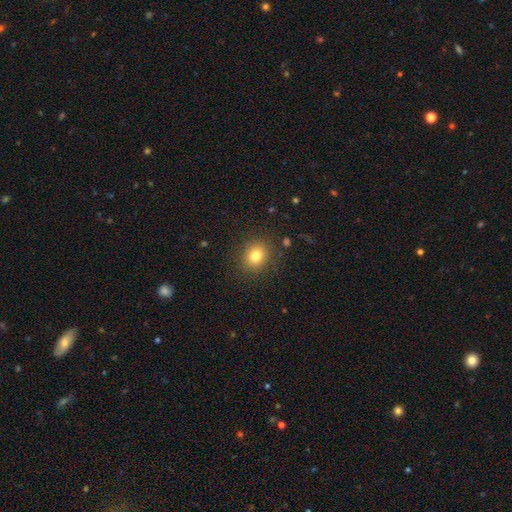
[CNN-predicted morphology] Smooth or featured: smooth — 80% (star or artifact — 12%)
How rounded: round — 75% (in between — 24%)
Merging: none — 87% (minor disturbance — 8%)